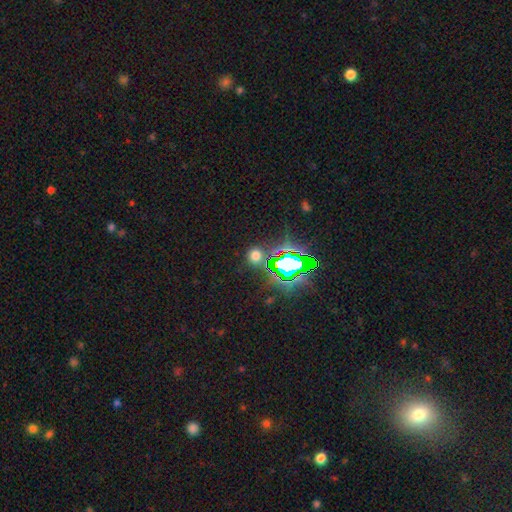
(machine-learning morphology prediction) smooth 55%, star or artifact 38%, featured or disk 7%. Down the decision tree: how rounded — round (86%); merging — none (81%).